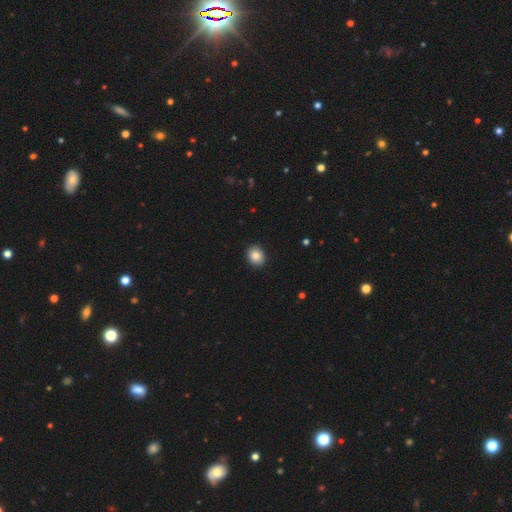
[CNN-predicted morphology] Smooth or featured? Predicted: smooth (p=0.87). How rounded? Predicted: round (p=0.60). Merging? Predicted: none (p=0.91).